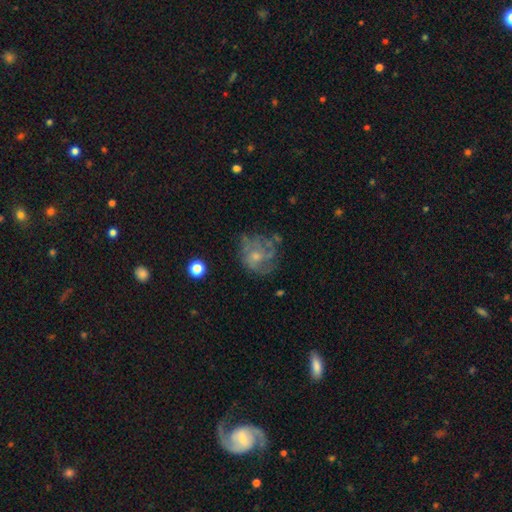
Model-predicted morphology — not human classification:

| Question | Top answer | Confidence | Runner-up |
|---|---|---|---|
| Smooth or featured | featured or disk | 63% | smooth (27%) |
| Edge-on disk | no | 98% | yes (2%) |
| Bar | no | 81% | weak (17%) |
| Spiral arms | yes | 61% | no (39%) |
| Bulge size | small | 47% | moderate (37%) |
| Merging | none | 54% | minor disturbance (22%) |